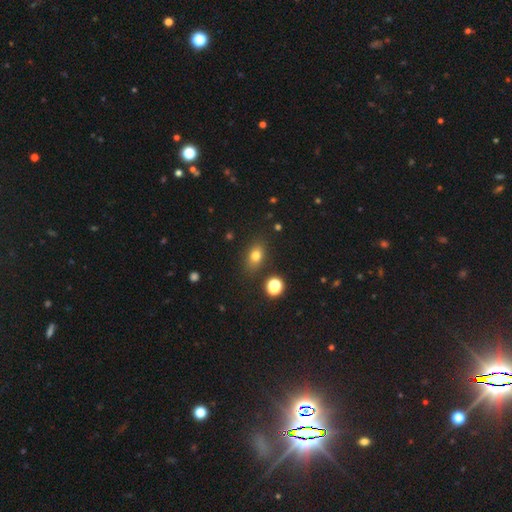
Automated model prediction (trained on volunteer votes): Smooth or featured?
  - smooth: 75% *
  - star or artifact: 14%
  - featured or disk: 11%
How rounded?
  - in between: 70% *
  - round: 27%
  - cigar-shaped: 3%
Merging?
  - none: 82% *
  - minor disturbance: 11%
  - major disturbance: 3%
  - merger: 3%